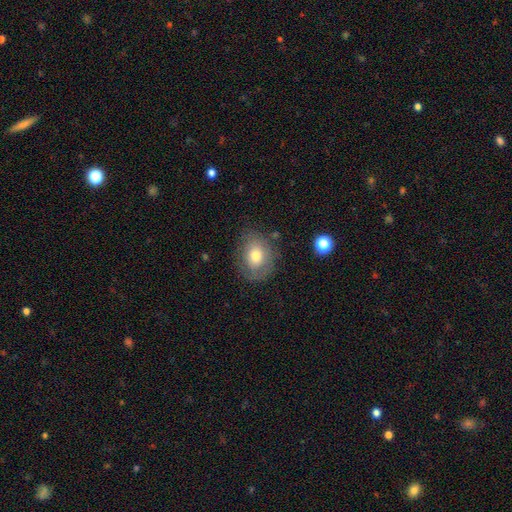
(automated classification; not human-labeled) Smooth or featured: smooth — 67% (featured or disk — 25%)
How rounded: in between — 55% (round — 44%)
Merging: none — 72% (minor disturbance — 19%)